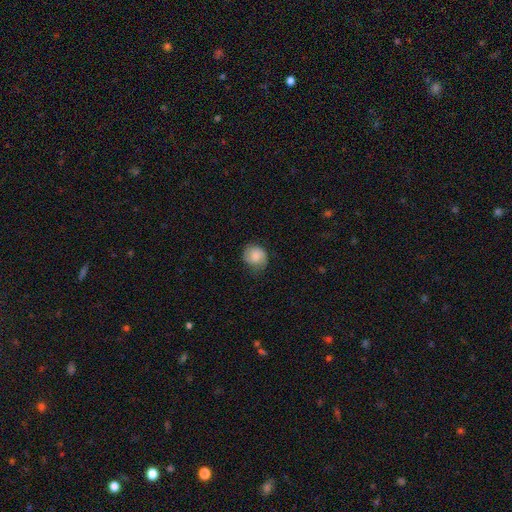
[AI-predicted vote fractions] Q: Smooth or featured?
A: smooth (73%); runner-up: featured or disk (19%)
Q: How rounded?
A: round (73%); runner-up: in between (26%)
Q: Merging?
A: none (68%); runner-up: minor disturbance (24%)